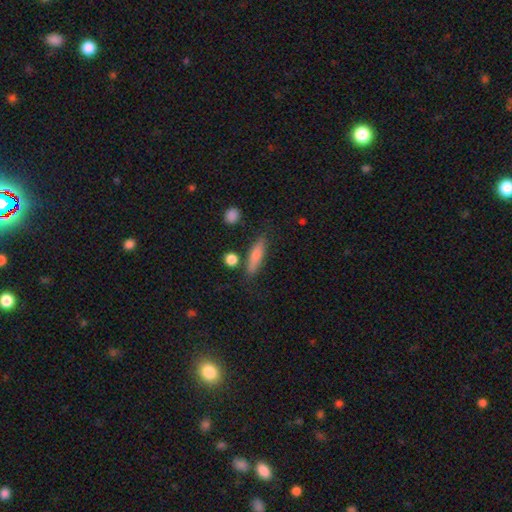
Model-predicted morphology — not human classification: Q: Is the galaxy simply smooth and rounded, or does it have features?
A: smooth — 76%.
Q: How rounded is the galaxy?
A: cigar-shaped — 70%.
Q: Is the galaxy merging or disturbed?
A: none — 78%.